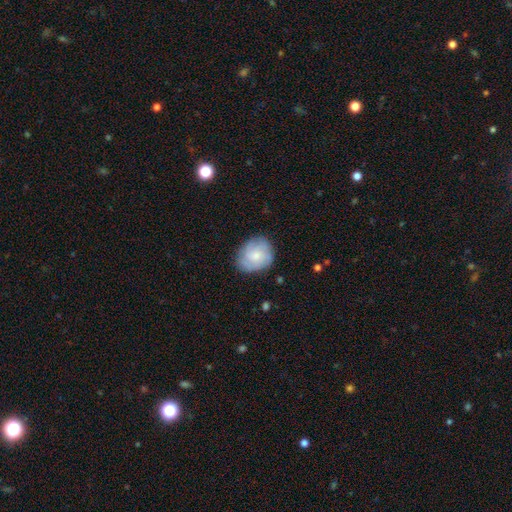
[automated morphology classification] A smooth galaxy with no disk features (53%) that is round (59%).

Vote fractions:
- Smooth or featured? smooth: 53% / featured or disk: 40% / star or artifact: 7%
- How rounded? round: 59% / in between: 40% / cigar-shaped: 1%
- Merging? none: 75% / minor disturbance: 19% / major disturbance: 5% / merger: 1%